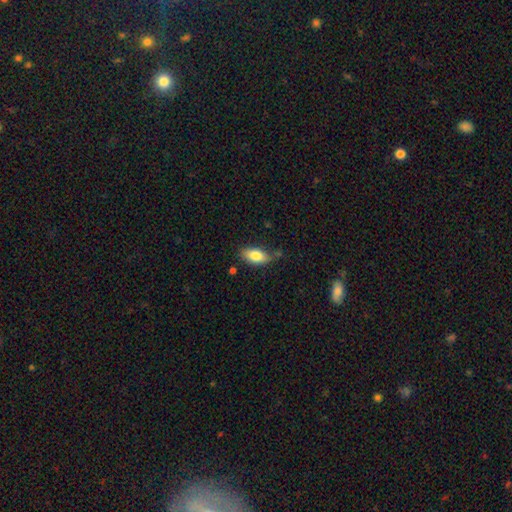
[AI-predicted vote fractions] smooth 81%, featured or disk 12%, star or artifact 7%. Down the decision tree: how rounded — in between (90%); merging — none (69%).